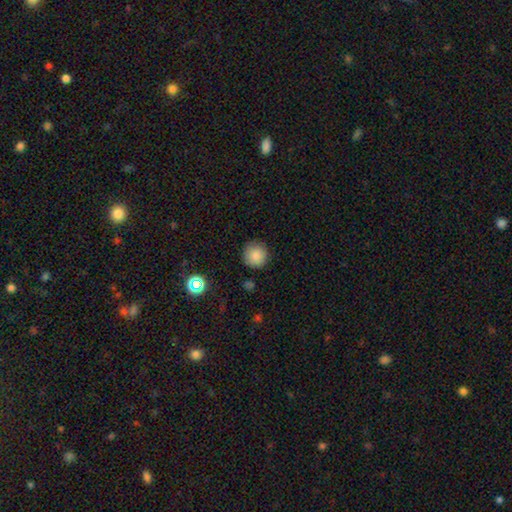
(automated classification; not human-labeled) Smooth or featured? Predicted: smooth (p=0.84). How rounded? Predicted: round (p=0.95). Merging? Predicted: none (p=0.88).